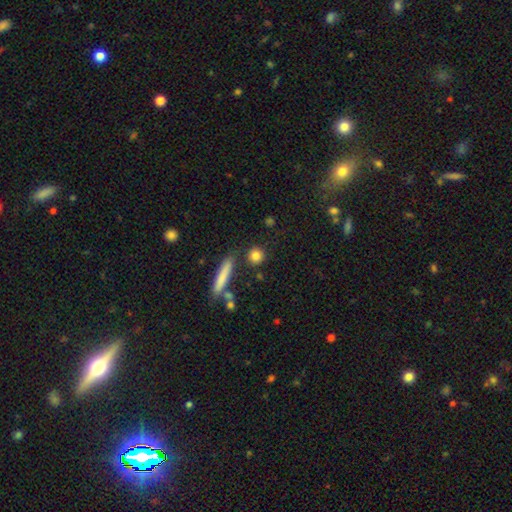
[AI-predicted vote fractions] Q: Smooth or featured?
A: smooth (83%); runner-up: star or artifact (9%)
Q: How rounded?
A: round (78%); runner-up: in between (12%)
Q: Merging?
A: none (81%); runner-up: minor disturbance (9%)